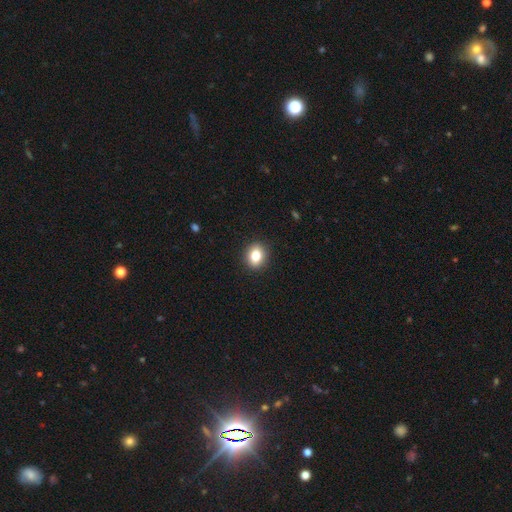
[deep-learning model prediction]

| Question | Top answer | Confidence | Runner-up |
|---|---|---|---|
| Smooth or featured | smooth | 81% | star or artifact (10%) |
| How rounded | round | 53% | in between (46%) |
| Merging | none | 91% | minor disturbance (7%) |